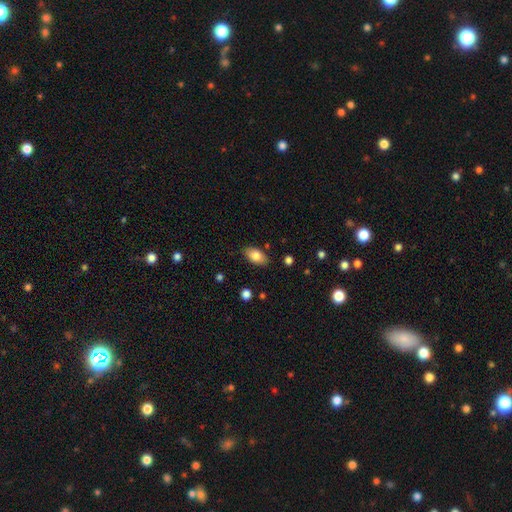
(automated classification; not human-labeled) Q: Smooth or featured?
A: smooth (82%); runner-up: featured or disk (11%)
Q: How rounded?
A: in between (92%); runner-up: round (5%)
Q: Merging?
A: none (84%); runner-up: minor disturbance (12%)